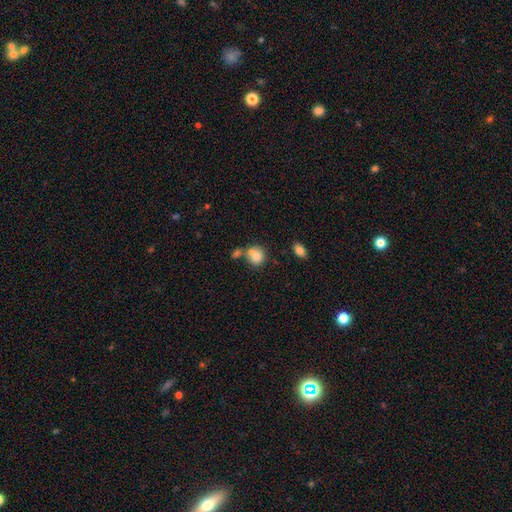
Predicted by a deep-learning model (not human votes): This appears to be a smooth galaxy with no disk features (76%) that is round (76%). Merging: none (43%).